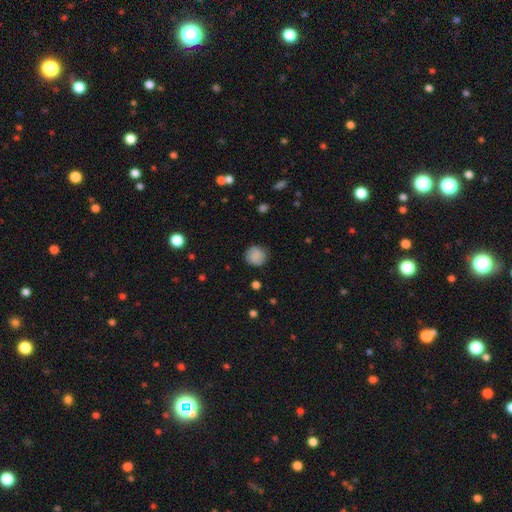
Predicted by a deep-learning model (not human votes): A smooth galaxy with no disk features (87%) that is round (92%).

Vote fractions:
- Smooth or featured? smooth: 87% / star or artifact: 8% / featured or disk: 5%
- How rounded? round: 92% / in between: 7% / cigar-shaped: 1%
- Merging? none: 86% / minor disturbance: 10% / major disturbance: 3% / merger: 1%